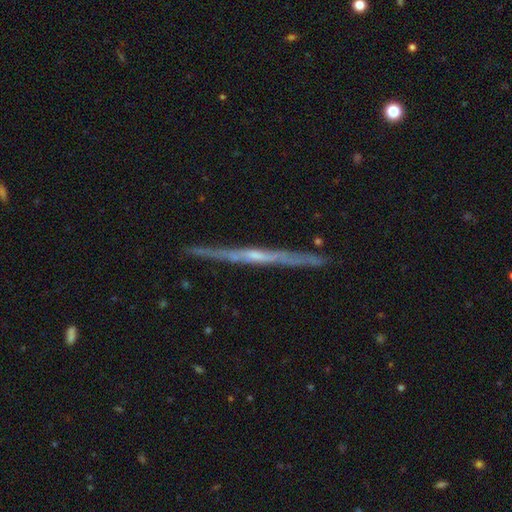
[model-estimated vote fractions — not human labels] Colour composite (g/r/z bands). It shows a featured or disk galaxy (82%) viewed edge-on (98%) with a rounded central bulge (51%). Merging: none (91%).